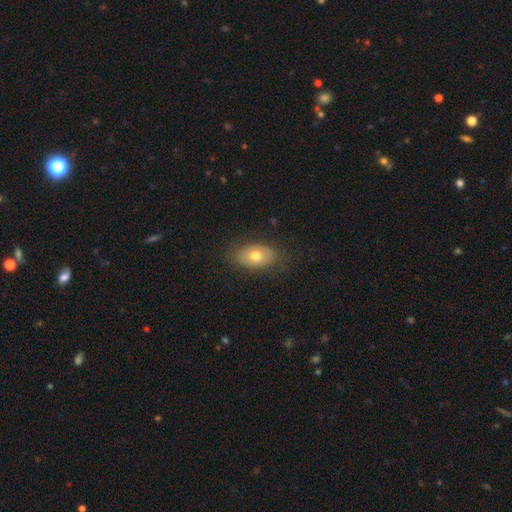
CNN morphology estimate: The model was most divided on "smooth or featured": smooth: 69%, featured or disk: 23%, star or artifact: 8%. More confident: how rounded — in between (88%); merging — none (81%).